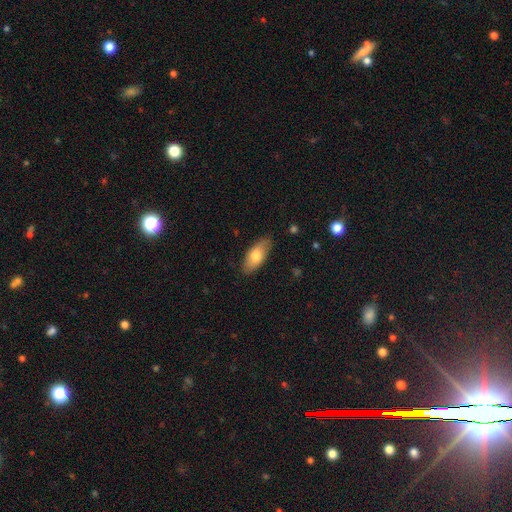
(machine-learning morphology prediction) Smooth or featured? Predicted: smooth (p=0.72). How rounded? Predicted: in between (p=0.85). Merging? Predicted: none (p=0.84).